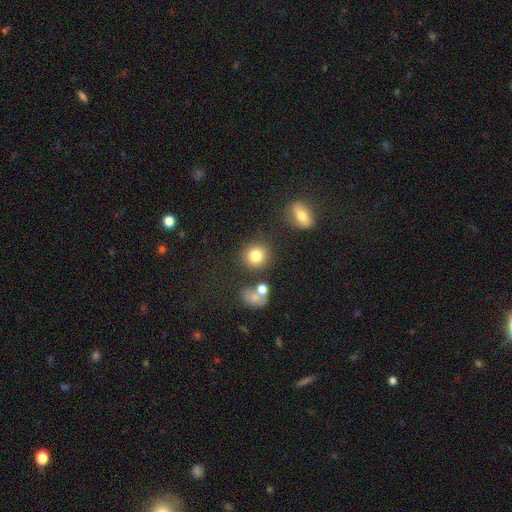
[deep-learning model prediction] Smooth or featured?
  - smooth: 80% *
  - star or artifact: 12%
  - featured or disk: 8%
How rounded?
  - round: 85% *
  - in between: 14%
  - cigar-shaped: 1%
Merging?
  - none: 75% *
  - minor disturbance: 11%
  - merger: 9%
  - major disturbance: 5%